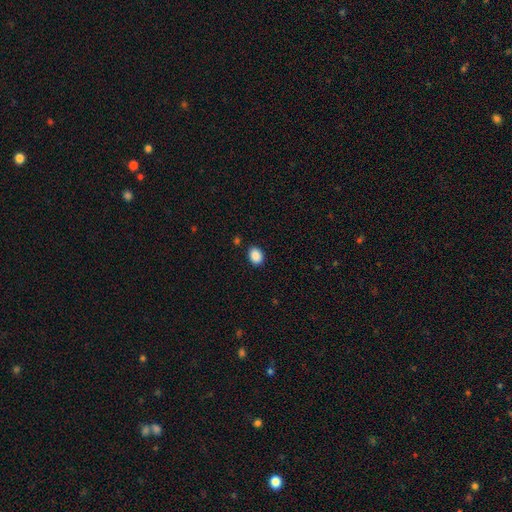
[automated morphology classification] Smooth or featured? Predicted: smooth (p=0.89). How rounded? Predicted: in between (p=0.65). Merging? Predicted: none (p=0.88).